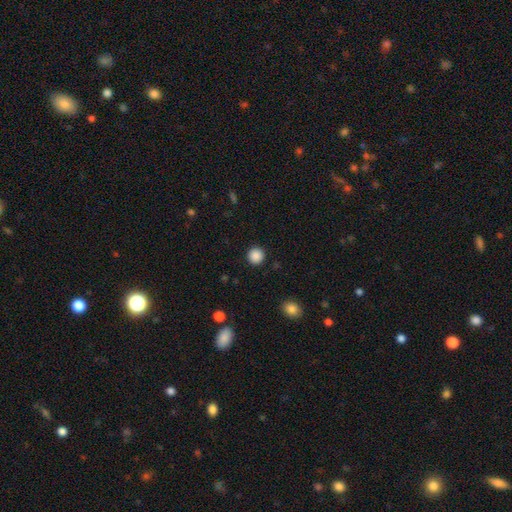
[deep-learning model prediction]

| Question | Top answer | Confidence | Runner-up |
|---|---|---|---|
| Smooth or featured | smooth | 88% | star or artifact (10%) |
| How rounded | round | 95% | in between (4%) |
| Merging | none | 92% | minor disturbance (5%) |